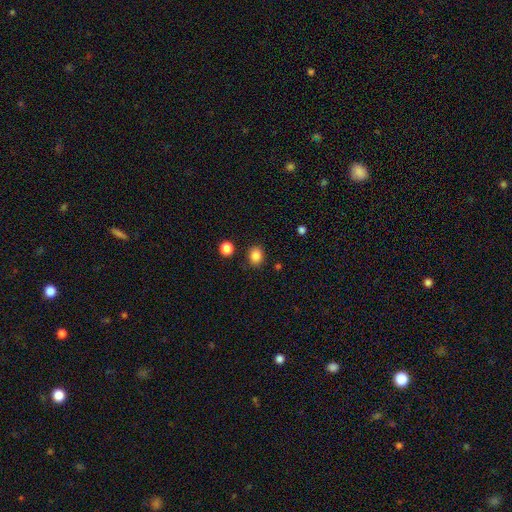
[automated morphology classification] Q: Smooth or featured?
A: smooth (85%); runner-up: star or artifact (10%)
Q: How rounded?
A: round (62%); runner-up: in between (37%)
Q: Merging?
A: none (86%); runner-up: minor disturbance (8%)